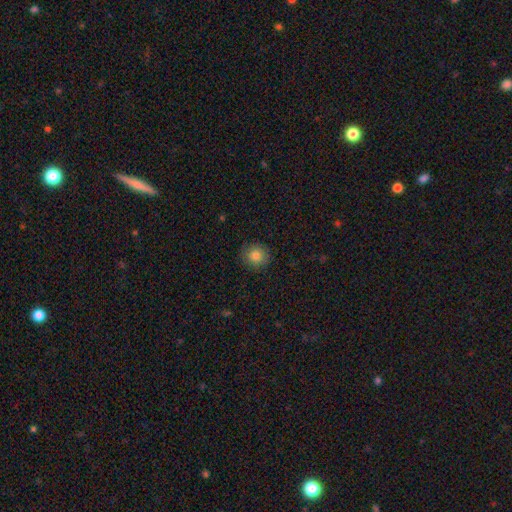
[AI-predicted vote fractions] smooth_or_featured: smooth (p=0.82) [alt: star or artifact p=0.11]
how_rounded: round (p=0.89) [alt: in between p=0.10]
merging: none (p=0.88) [alt: minor disturbance p=0.08]